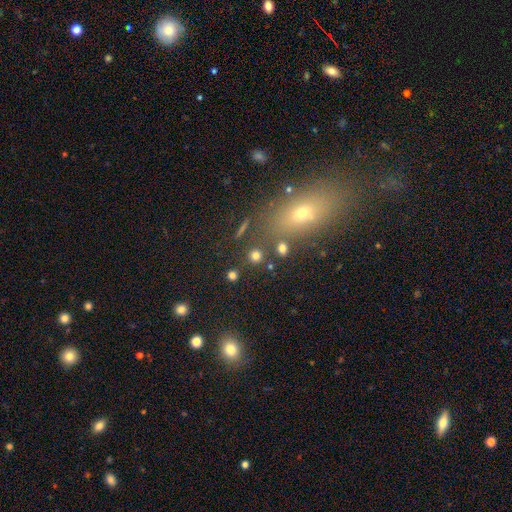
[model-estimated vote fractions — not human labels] The model was most divided on "smooth or featured": smooth: 75%, star or artifact: 17%, featured or disk: 8%. More confident: how rounded — round (90%); merging — none (80%).